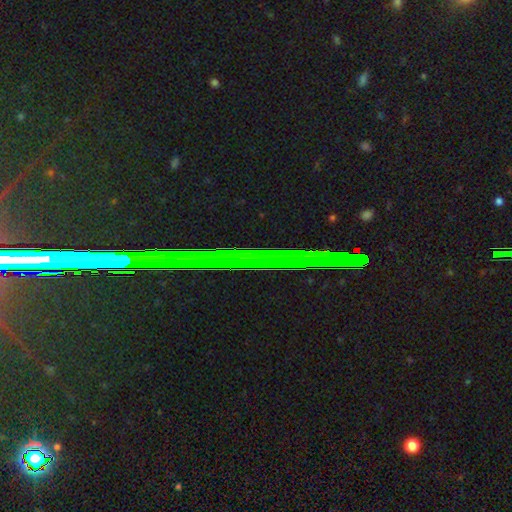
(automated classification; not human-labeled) Overall: star or artifact (76%).